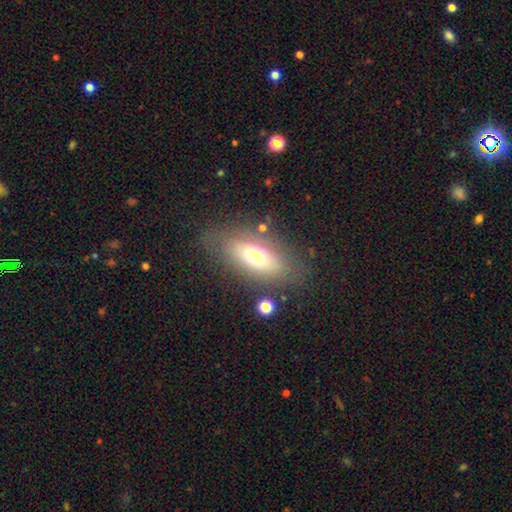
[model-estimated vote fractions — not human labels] Q: Smooth or featured?
A: smooth (58%); runner-up: featured or disk (32%)
Q: How rounded?
A: in between (82%); runner-up: cigar-shaped (13%)
Q: Merging?
A: none (74%); runner-up: minor disturbance (15%)